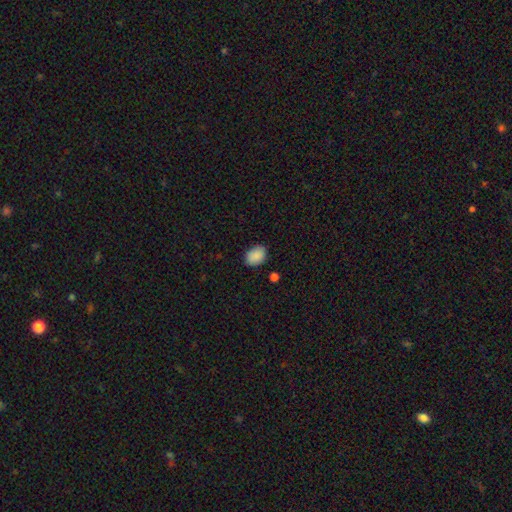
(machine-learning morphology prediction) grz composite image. It shows a smooth galaxy with no disk features (89%) that is in between round and cigar-shaped (67%). Merging: none (83%).